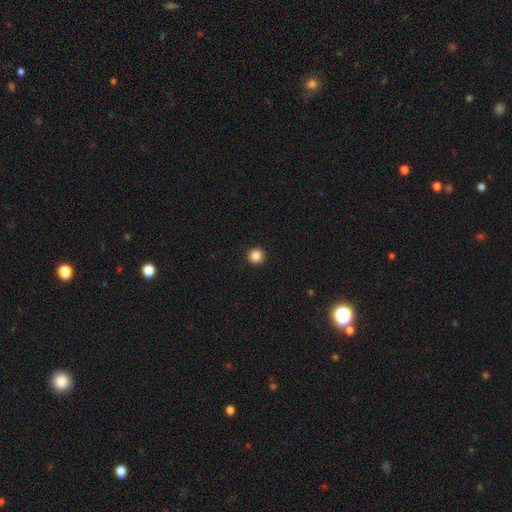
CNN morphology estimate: This appears to be a smooth galaxy with no disk features (86%) that is round (96%). Merging: none (94%).